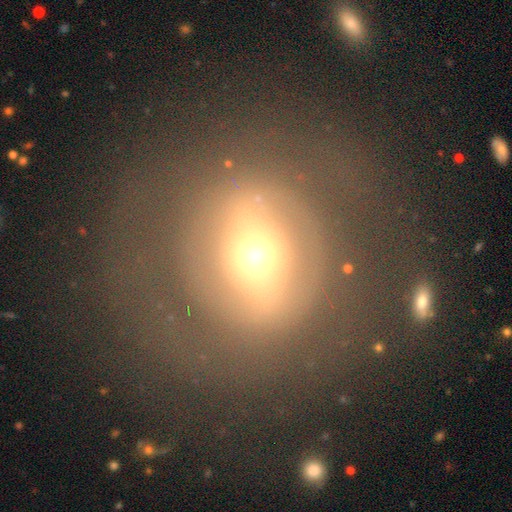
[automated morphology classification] The model was most divided on "smooth or featured": featured or disk: 51%, smooth: 38%, star or artifact: 11%. More confident: edge-on disk — no (91%); merging — none (71%).